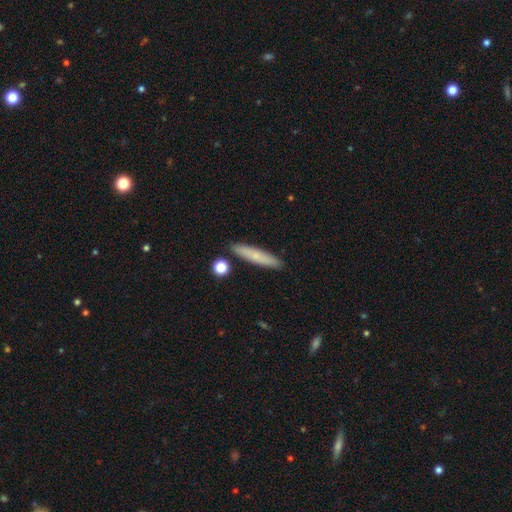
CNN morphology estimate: smooth 69%, featured or disk 24%, star or artifact 7%. Down the decision tree: how rounded — cigar-shaped (87%); merging — none (87%).